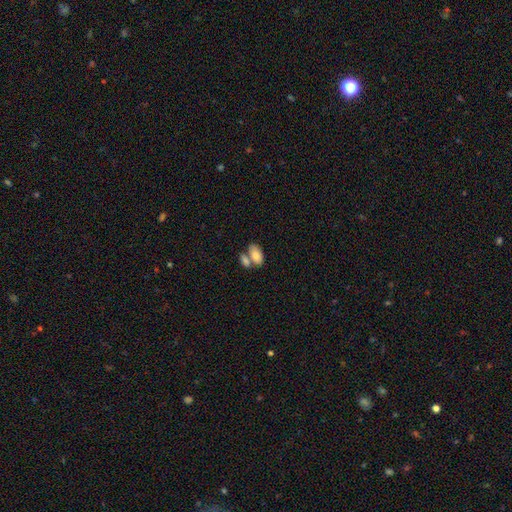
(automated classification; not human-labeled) Morphology: type=smooth (81%); roundness=in between (93%); merging=merger (55%).